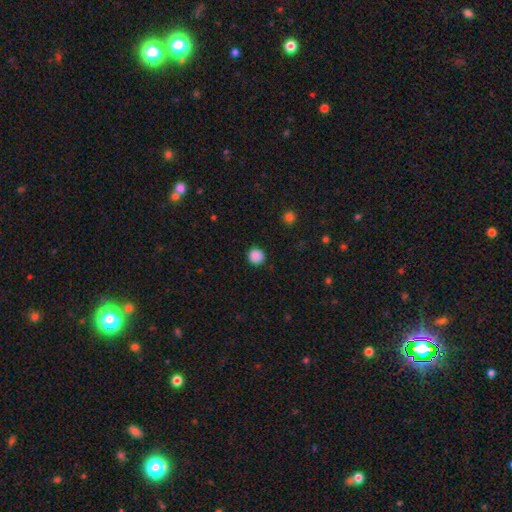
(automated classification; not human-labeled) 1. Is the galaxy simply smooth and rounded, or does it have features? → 88% smooth, 10% star or artifact, 2% featured or disk.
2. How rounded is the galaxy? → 94% round, 5% in between, 1% cigar-shaped.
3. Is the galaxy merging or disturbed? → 91% none, 6% minor disturbance, 2% major disturbance, 1% merger.